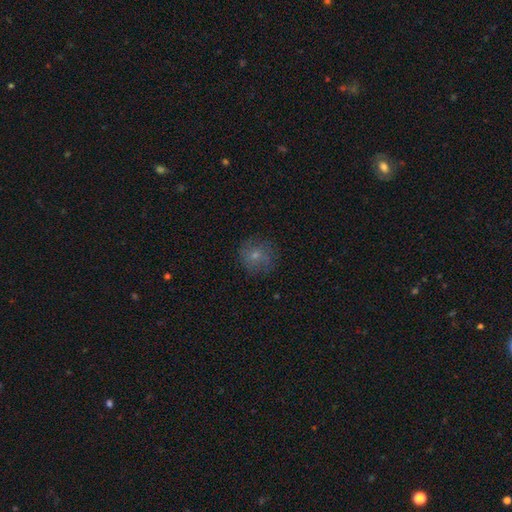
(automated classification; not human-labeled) A smooth galaxy with no disk features (67%) that is round (87%). Merging: none (78%).